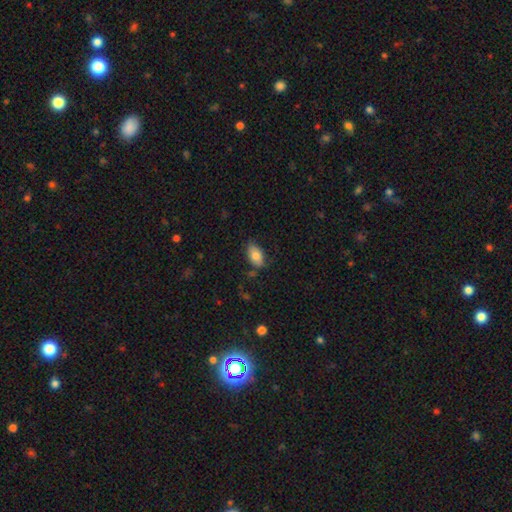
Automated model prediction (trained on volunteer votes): The model was most divided on "merging": none: 72%, minor disturbance: 22%, major disturbance: 4%, merger: 2%. More confident: how rounded — in between (92%); smooth or featured — smooth (79%).